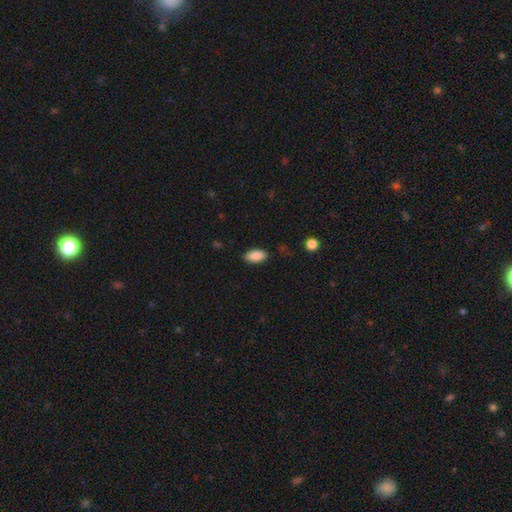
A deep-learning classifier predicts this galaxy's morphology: A smooth galaxy with no disk features (87%) that is in between round and cigar-shaped (92%).

Vote fractions:
- Smooth or featured? smooth: 87% / star or artifact: 7% / featured or disk: 5%
- How rounded? in between: 92% / cigar-shaped: 6% / round: 3%
- Merging? none: 85% / minor disturbance: 11% / major disturbance: 3% / merger: 1%